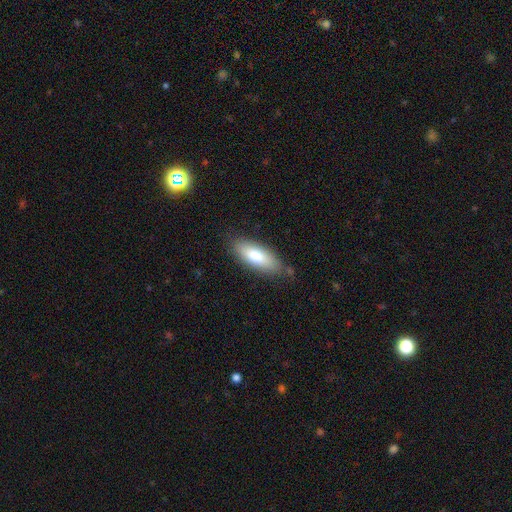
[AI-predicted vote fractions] Smooth or featured: smooth — 76% (featured or disk — 17%)
How rounded: in between — 70% (cigar-shaped — 28%)
Merging: none — 80% (minor disturbance — 15%)